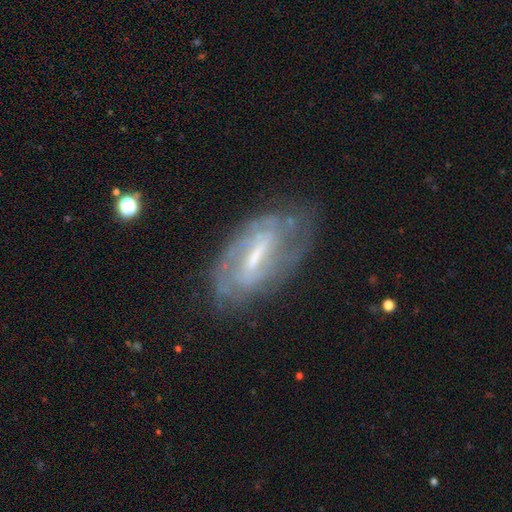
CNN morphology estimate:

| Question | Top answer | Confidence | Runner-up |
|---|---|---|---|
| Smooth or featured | featured or disk | 81% | smooth (13%) |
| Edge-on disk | no | 91% | yes (9%) |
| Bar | strong | 50% | weak (40%) |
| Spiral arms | yes | 86% | no (14%) |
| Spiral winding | tight | 50% | medium (37%) |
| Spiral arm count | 2 | 44% | can't tell (37%) |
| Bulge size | small | 46% | moderate (35%) |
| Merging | none | 69% | minor disturbance (21%) |